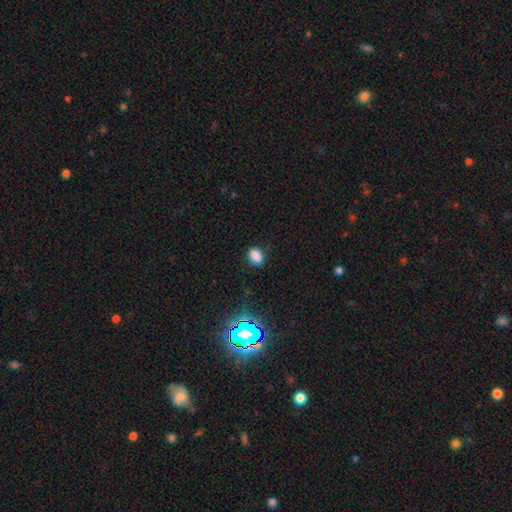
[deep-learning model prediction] Smooth or featured? smooth (81%)
How rounded? in between (66%)
Merging? none (82%)